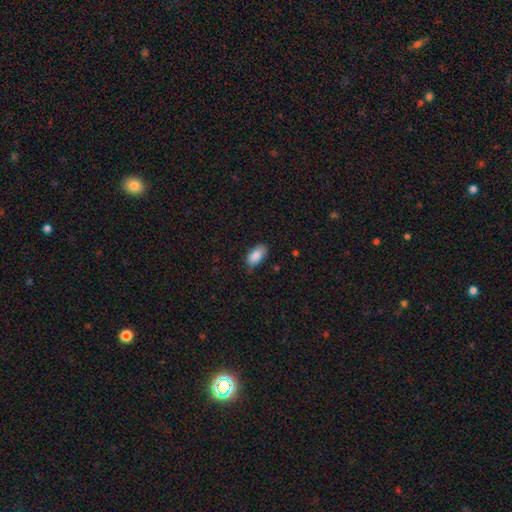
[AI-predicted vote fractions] Overall: smooth (88%). How rounded: in between (93%). Merging: none (79%).